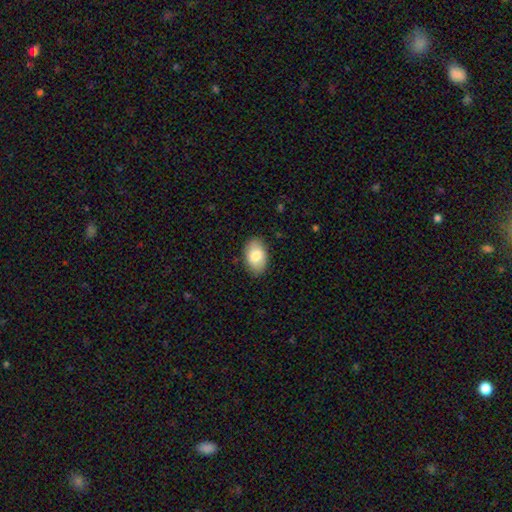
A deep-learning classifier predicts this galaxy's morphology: smooth-or-featured: smooth: 82% | featured or disk: 12% | star or artifact: 6%
  how-rounded: in between: 91% | round: 7% | cigar-shaped: 1%
  merging: none: 85% | minor disturbance: 11% | major disturbance: 2% | merger: 1%